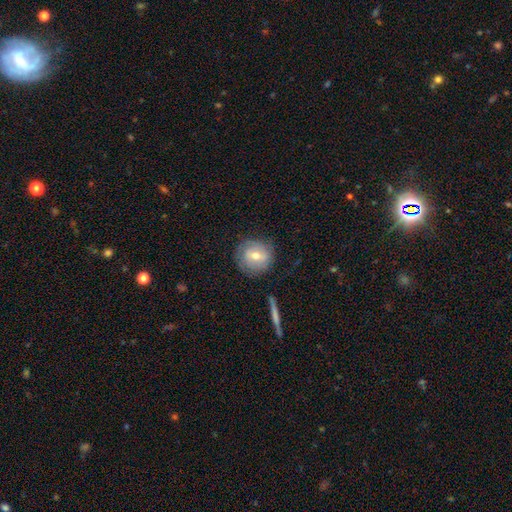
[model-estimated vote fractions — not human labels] Smooth or featured? smooth (52%)
How rounded? round (90%)
Merging? none (79%)